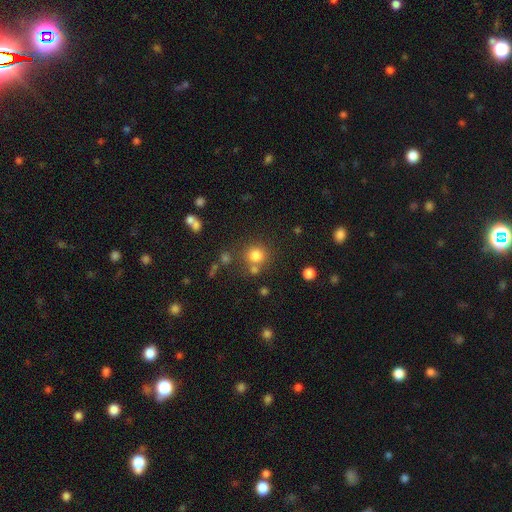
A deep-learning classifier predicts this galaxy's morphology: A smooth galaxy with no disk features (78%) that is round (89%). Merging: none (70%).